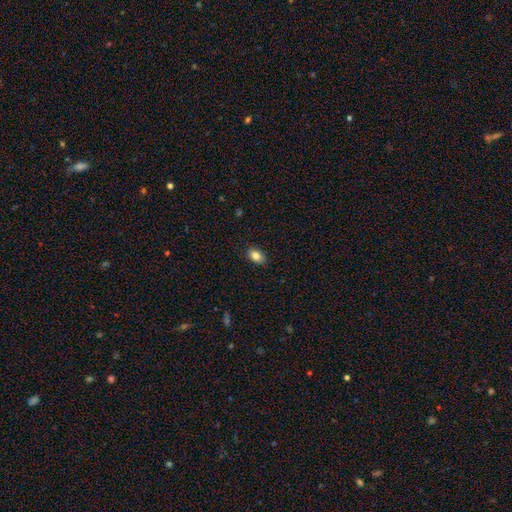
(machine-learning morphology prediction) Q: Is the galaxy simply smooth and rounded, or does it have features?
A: smooth — 84%.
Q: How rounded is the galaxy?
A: in between — 84%.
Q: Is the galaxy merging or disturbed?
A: none — 88%.